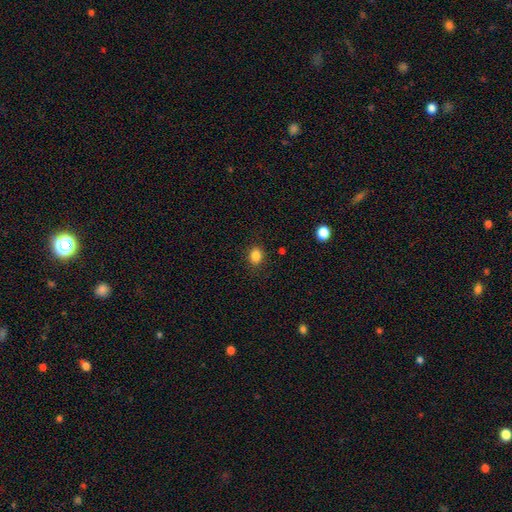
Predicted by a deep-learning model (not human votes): Q: Smooth or featured?
A: smooth (84%); runner-up: star or artifact (11%)
Q: How rounded?
A: round (59%); runner-up: in between (40%)
Q: Merging?
A: none (87%); runner-up: minor disturbance (9%)